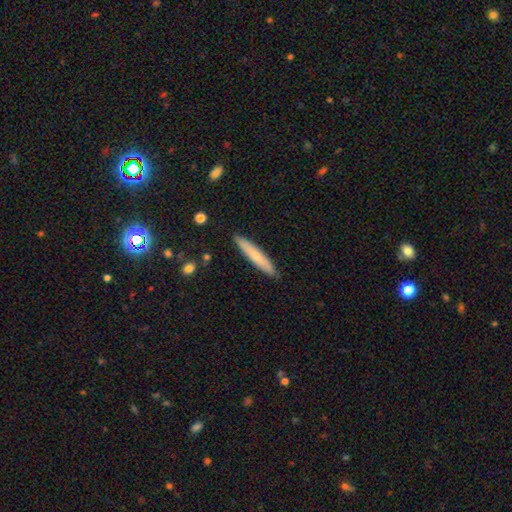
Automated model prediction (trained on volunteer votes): smooth_or_featured: smooth (p=0.66) [alt: featured or disk p=0.28]
how_rounded: cigar-shaped (p=0.92) [alt: in between p=0.06]
merging: none (p=0.90) [alt: minor disturbance p=0.08]